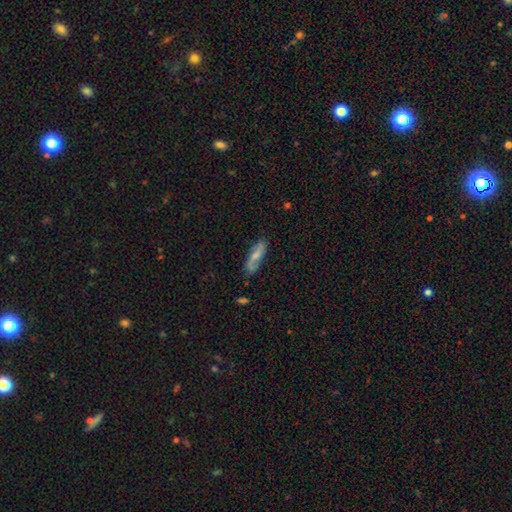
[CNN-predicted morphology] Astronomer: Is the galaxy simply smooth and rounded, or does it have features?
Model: featured or disk — 48% (runner-up: smooth, 45%).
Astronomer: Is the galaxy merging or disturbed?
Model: none — 76%.